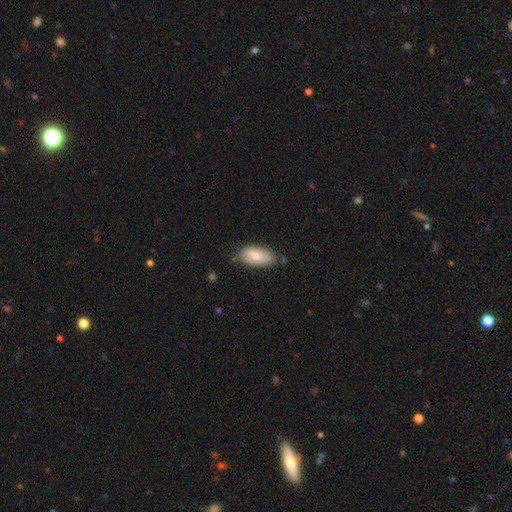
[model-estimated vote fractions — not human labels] This appears to be a smooth galaxy with no disk features (81%) that is in between round and cigar-shaped (92%). Merging: none (76%).